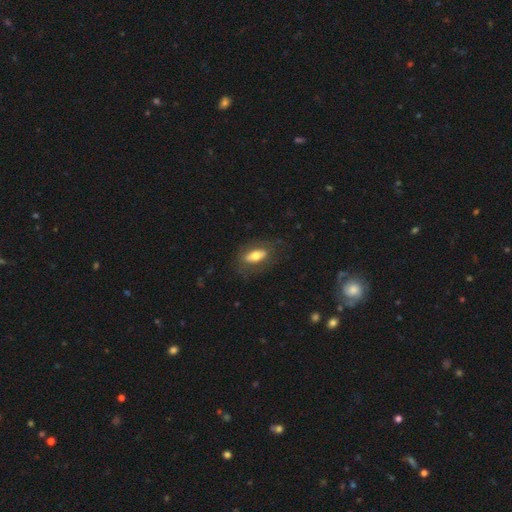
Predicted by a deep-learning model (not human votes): Smooth or featured: smooth — 62% (featured or disk — 31%)
How rounded: in between — 81% (cigar-shaped — 14%)
Merging: none — 74% (minor disturbance — 16%)